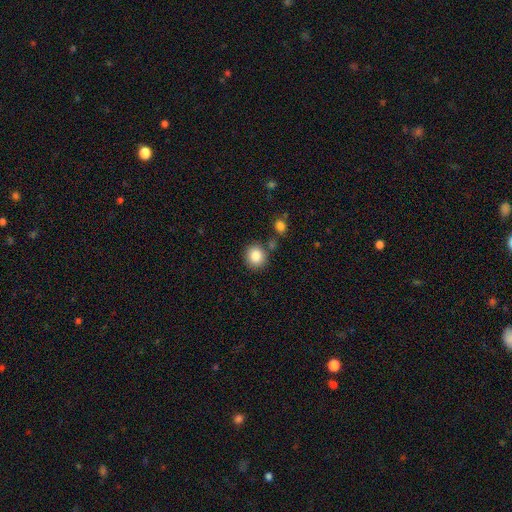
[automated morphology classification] This appears to be a smooth galaxy with no disk features (85%) that is round (84%). Merging: none (80%).